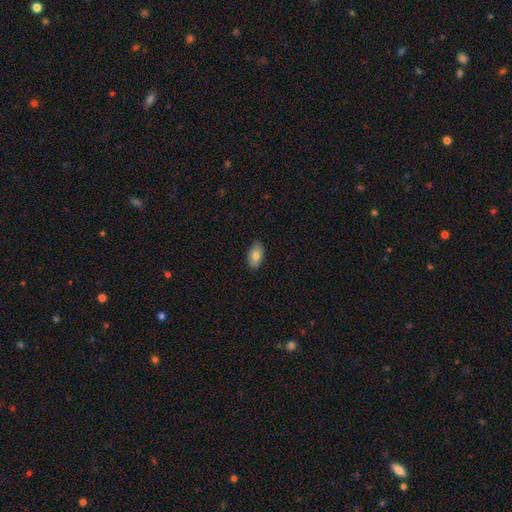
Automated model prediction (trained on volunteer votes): smooth_or_featured: smooth (p=0.79) [alt: featured or disk p=0.14]
how_rounded: in between (p=0.93) [alt: round p=0.05]
merging: none (p=0.87) [alt: minor disturbance p=0.10]